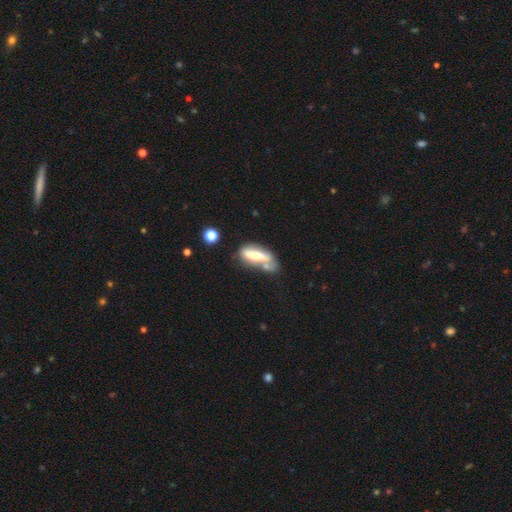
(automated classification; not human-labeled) Overall: smooth (47%; featured or disk 46%). Merging: none (37%; minor disturbance 25%).